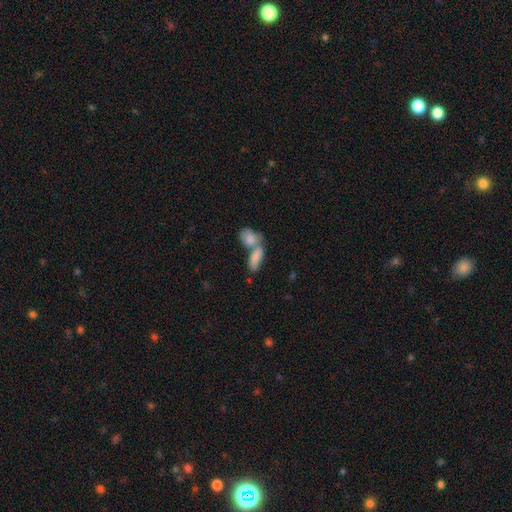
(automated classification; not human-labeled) smooth-or-featured: smooth: 81% | featured or disk: 12% | star or artifact: 7%
  how-rounded: in between: 79% | cigar-shaped: 14% | round: 6%
  merging: merger: 63% | none: 25% | minor disturbance: 8% | major disturbance: 4%